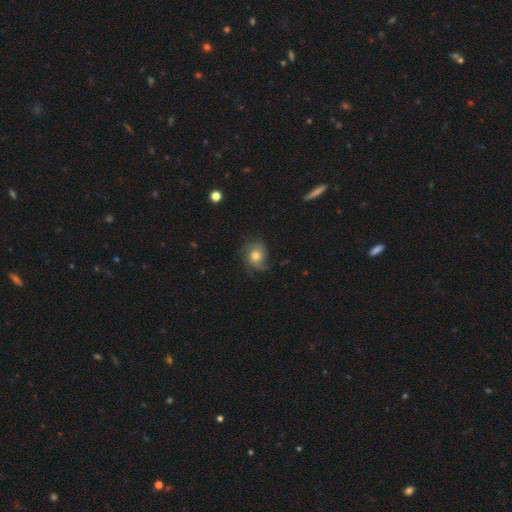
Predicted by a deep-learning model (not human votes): Smooth or featured? Predicted: featured or disk (p=0.49). Merging? Predicted: none (p=0.65).